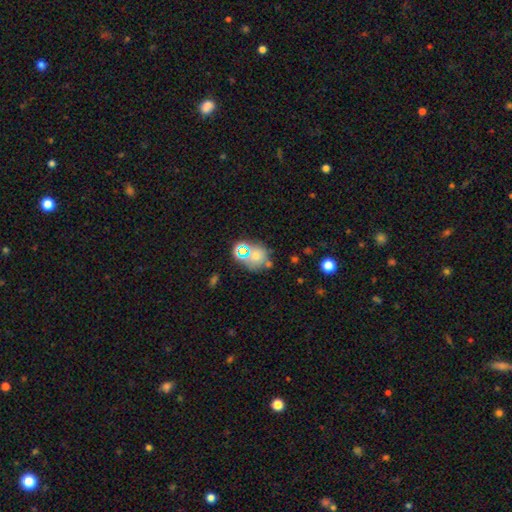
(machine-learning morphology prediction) smooth 62%, star or artifact 23%, featured or disk 15%. Down the decision tree: how rounded — round (68%); merging — none (60%).